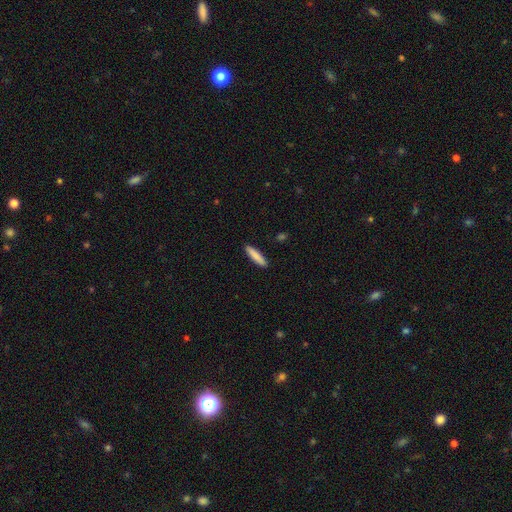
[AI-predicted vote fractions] smooth 85%, featured or disk 10%, star or artifact 6%. Down the decision tree: how rounded — cigar-shaped (86%); merging — none (91%).